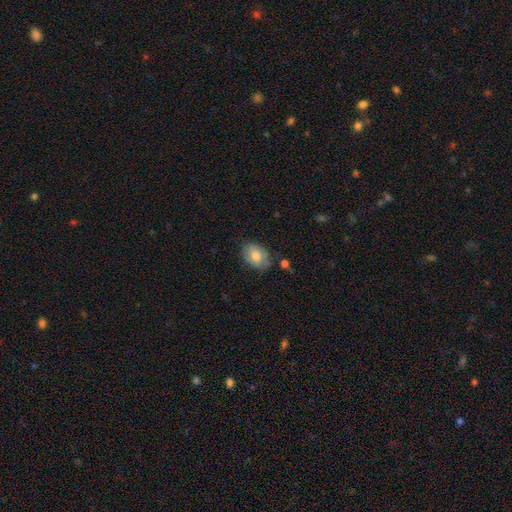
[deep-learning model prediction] smooth_or_featured: smooth (p=0.73) [alt: featured or disk p=0.20]
how_rounded: in between (p=0.80) [alt: round p=0.19]
merging: none (p=0.68) [alt: minor disturbance p=0.22]